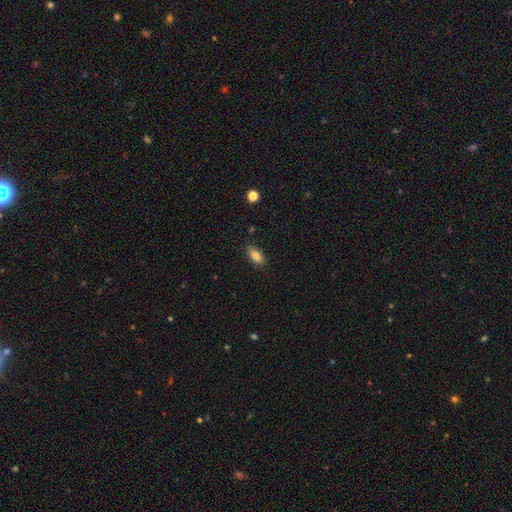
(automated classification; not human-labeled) Overall: smooth (83%). How rounded: in between (88%). Merging: none (85%).